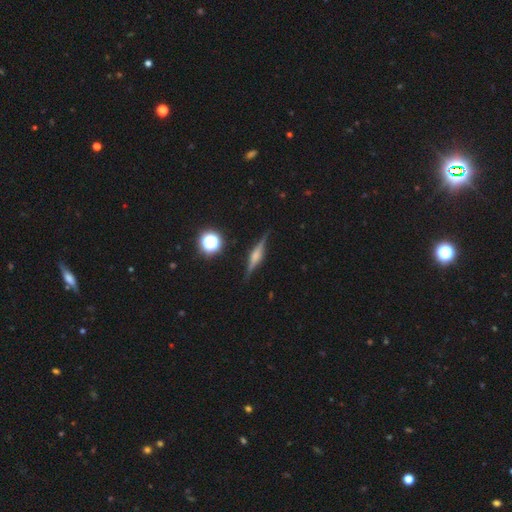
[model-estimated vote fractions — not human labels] This appears to be a featured or disk galaxy (75%) viewed edge-on (97%) with a rounded central bulge (69%). Merging: none (86%).